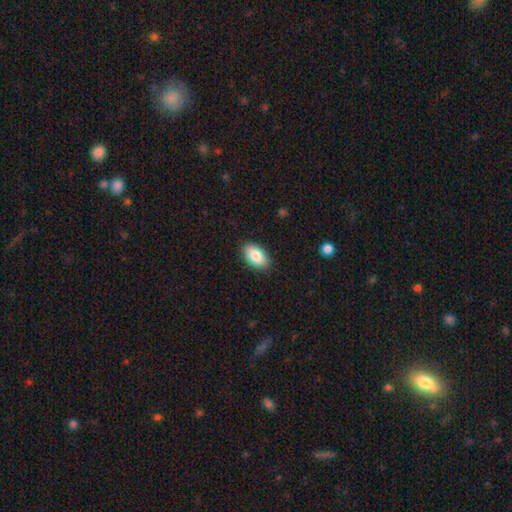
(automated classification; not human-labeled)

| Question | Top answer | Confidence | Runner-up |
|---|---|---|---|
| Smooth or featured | smooth | 84% | featured or disk (9%) |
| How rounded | in between | 94% | round (5%) |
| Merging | none | 89% | minor disturbance (8%) |